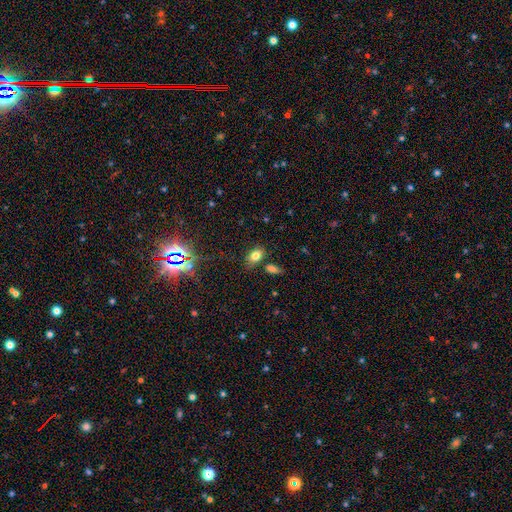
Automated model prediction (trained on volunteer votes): smooth-or-featured: smooth: 76% | star or artifact: 15% | featured or disk: 9%
  how-rounded: in between: 82% | round: 16% | cigar-shaped: 2%
  merging: none: 73% | minor disturbance: 13% | merger: 10% | major disturbance: 4%